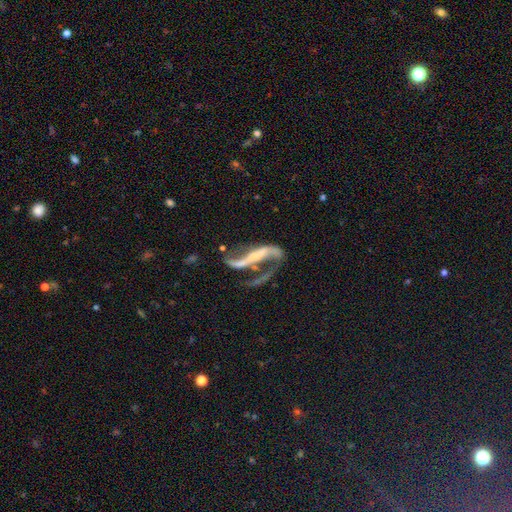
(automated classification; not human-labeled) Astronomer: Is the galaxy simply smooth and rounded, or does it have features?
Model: featured or disk — 83%.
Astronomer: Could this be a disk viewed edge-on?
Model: no — 85%.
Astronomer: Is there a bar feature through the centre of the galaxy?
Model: strong — 53%.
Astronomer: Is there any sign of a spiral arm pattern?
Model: yes — 86%.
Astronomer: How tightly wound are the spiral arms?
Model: loose — 76%.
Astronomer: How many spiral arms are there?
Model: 2 — 78%.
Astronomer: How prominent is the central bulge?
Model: small — 54%.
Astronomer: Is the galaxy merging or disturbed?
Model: major disturbance — 37% (runner-up: none, 36%).